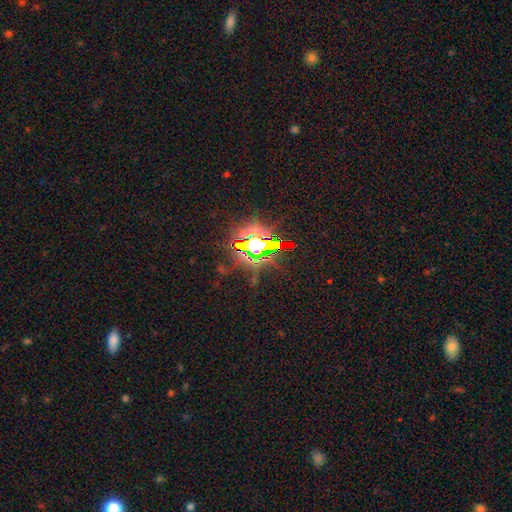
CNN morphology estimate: This appears to be a star or artifact, not a galaxy (84%).